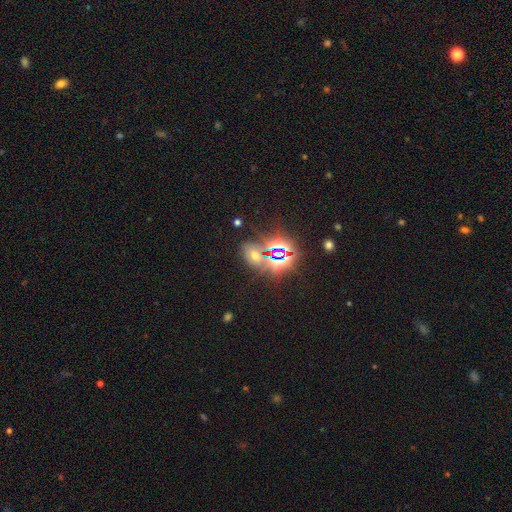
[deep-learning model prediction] Q: Smooth or featured?
A: star or artifact (57%); runner-up: smooth (31%)